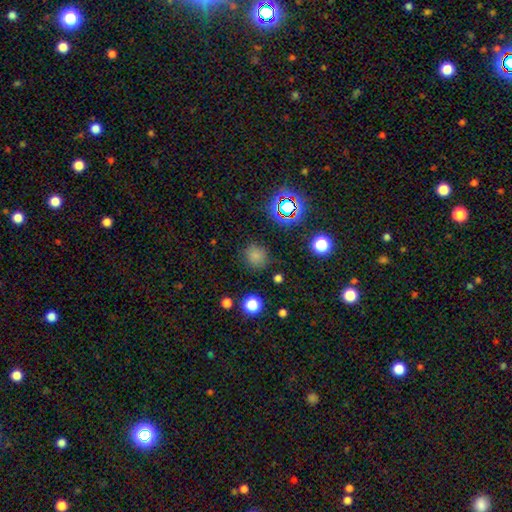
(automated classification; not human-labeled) smooth_or_featured: smooth (p=0.72) [alt: star or artifact p=0.22]
how_rounded: round (p=0.88) [alt: in between p=0.11]
merging: none (p=0.82) [alt: minor disturbance p=0.11]